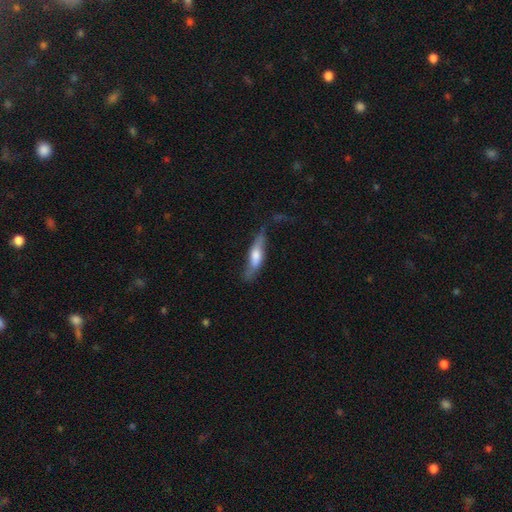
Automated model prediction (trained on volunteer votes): Smooth or featured: smooth — 53% (featured or disk — 41%)
How rounded: cigar-shaped — 63% (in between — 35%)
Merging: none — 54% (minor disturbance — 29%)